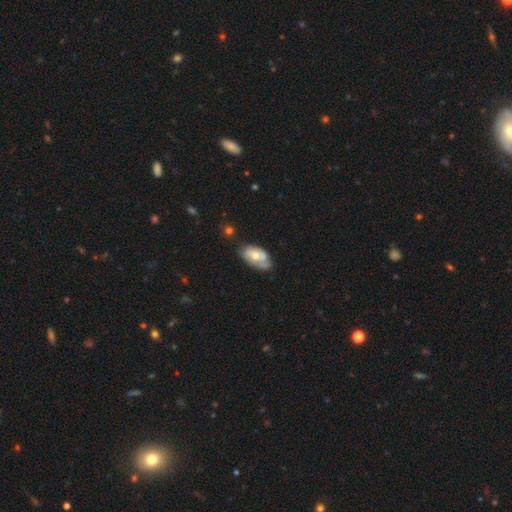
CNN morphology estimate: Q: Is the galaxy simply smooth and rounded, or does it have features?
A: featured or disk — 52%.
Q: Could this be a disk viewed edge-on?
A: no — 93%.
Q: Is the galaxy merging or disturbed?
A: none — 46%.